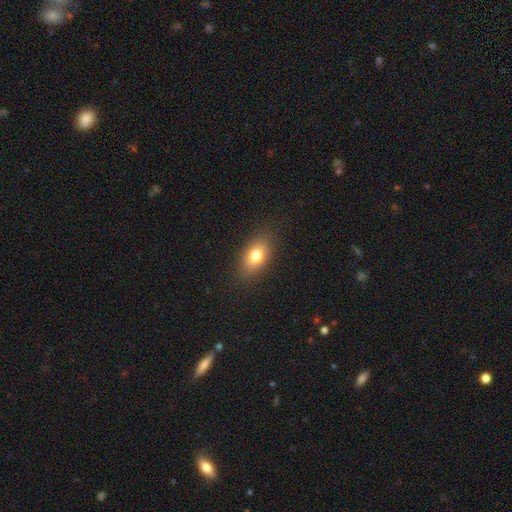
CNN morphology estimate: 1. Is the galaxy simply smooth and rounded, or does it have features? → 78% smooth, 13% featured or disk, 9% star or artifact.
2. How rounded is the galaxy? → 85% in between, 10% round, 4% cigar-shaped.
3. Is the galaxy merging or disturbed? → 85% none, 10% minor disturbance, 3% major disturbance, 1% merger.